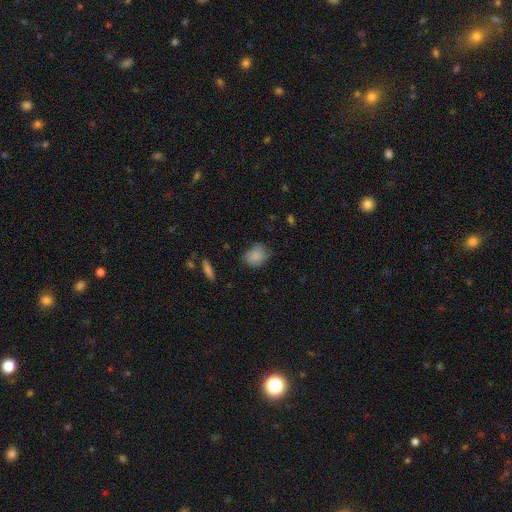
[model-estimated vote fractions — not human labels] Morphology: type=smooth (85%); roundness=in between (54%); merging=none (69%).